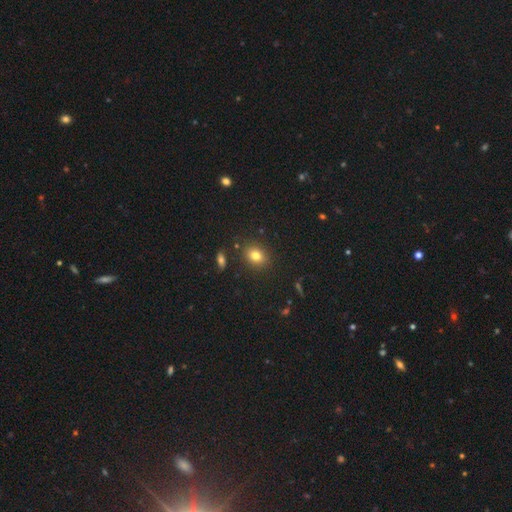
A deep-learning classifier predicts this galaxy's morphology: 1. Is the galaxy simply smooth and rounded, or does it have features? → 78% smooth, 13% star or artifact, 9% featured or disk.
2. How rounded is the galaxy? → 50% round, 48% in between, 1% cigar-shaped.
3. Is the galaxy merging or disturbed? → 86% none, 9% minor disturbance, 3% merger, 3% major disturbance.